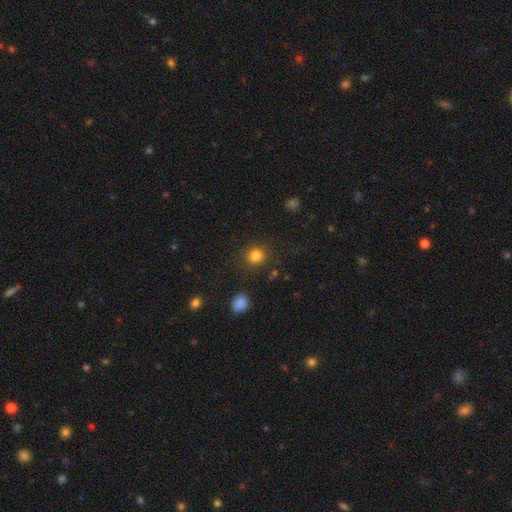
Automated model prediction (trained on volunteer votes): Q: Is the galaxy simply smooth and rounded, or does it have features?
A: smooth — 83%.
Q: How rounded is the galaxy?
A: round — 84%.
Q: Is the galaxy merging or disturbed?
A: none — 83%.